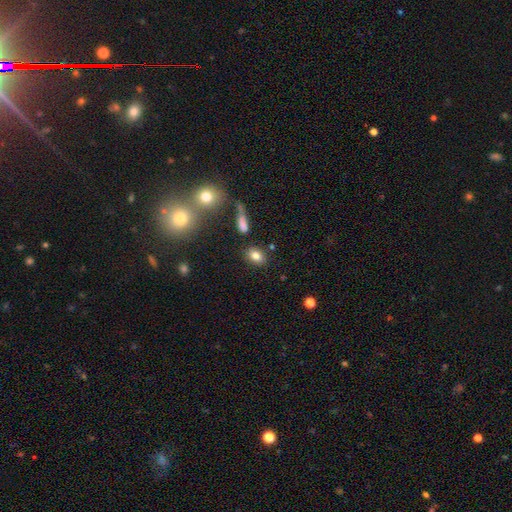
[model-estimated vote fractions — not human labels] The model was most divided on "how rounded": in between: 69%, round: 28%, cigar-shaped: 2%. More confident: merging — none (82%); smooth or featured — smooth (80%).